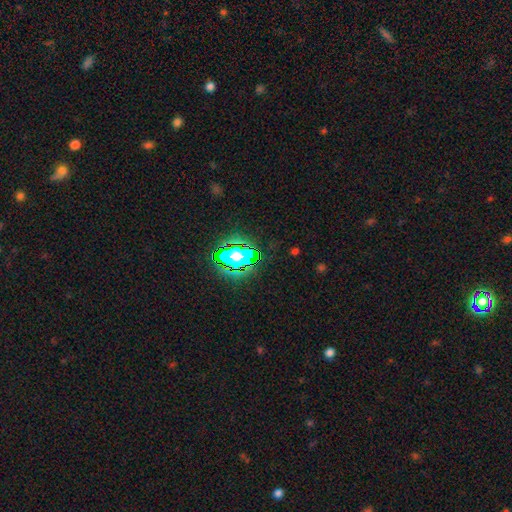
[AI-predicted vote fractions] Smooth or featured? Predicted: star or artifact (p=0.77).